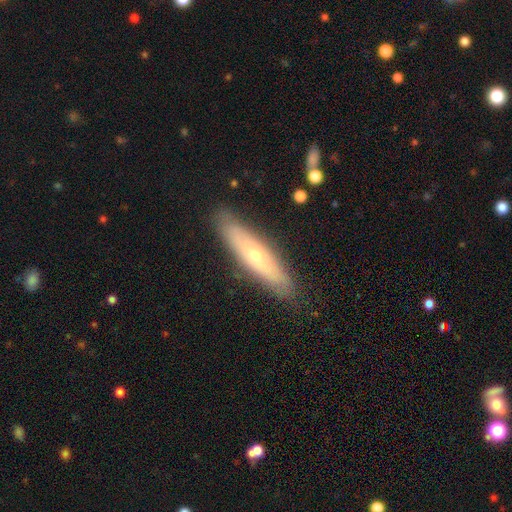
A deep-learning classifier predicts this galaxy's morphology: smooth-or-featured: featured or disk: 48% | smooth: 45% | star or artifact: 7%
  merging: none: 86% | minor disturbance: 11% | major disturbance: 2% | merger: 1%